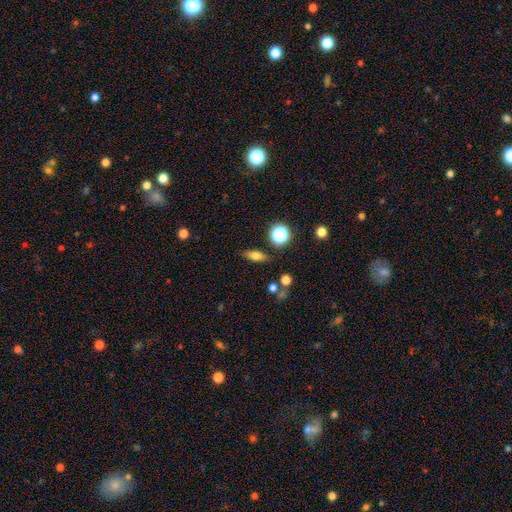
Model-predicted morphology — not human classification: The model was most divided on "how rounded": in between: 60%, cigar-shaped: 28%, round: 12%. More confident: merging — none (82%); smooth or featured — smooth (66%).